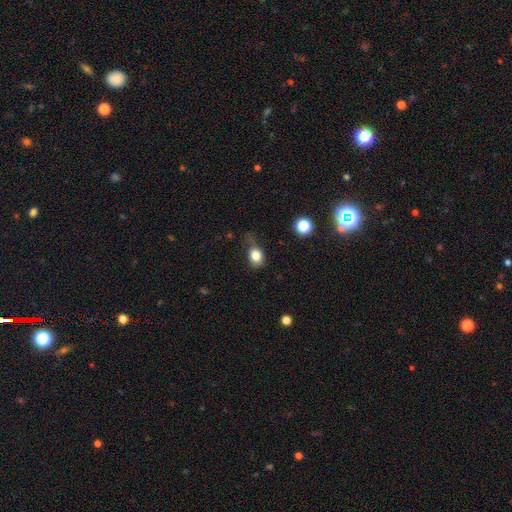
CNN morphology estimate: Smooth or featured?
  - smooth: 81% *
  - star or artifact: 11%
  - featured or disk: 9%
How rounded?
  - round: 50% *
  - in between: 48%
  - cigar-shaped: 1%
Merging?
  - none: 43% *
  - minor disturbance: 34%
  - major disturbance: 20%
  - merger: 3%